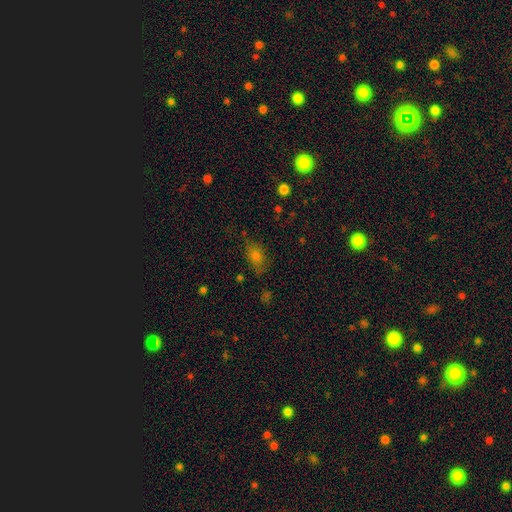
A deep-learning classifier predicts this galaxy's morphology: type=smooth (67%); roundness=in between (77%); merging=none (71%).